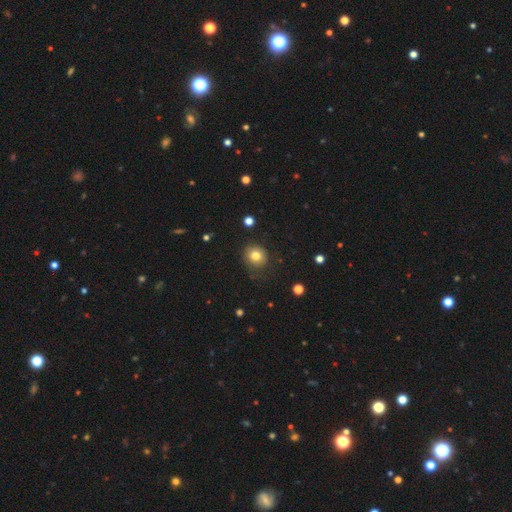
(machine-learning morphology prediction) type=smooth (80%); roundness=round (84%); merging=none (79%).